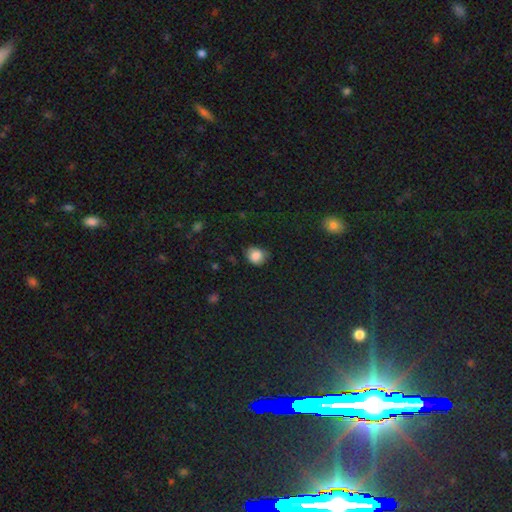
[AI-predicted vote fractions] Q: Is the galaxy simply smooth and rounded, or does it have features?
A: smooth — 85%.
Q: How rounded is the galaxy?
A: round — 66%.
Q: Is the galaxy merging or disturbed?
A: none — 67%.